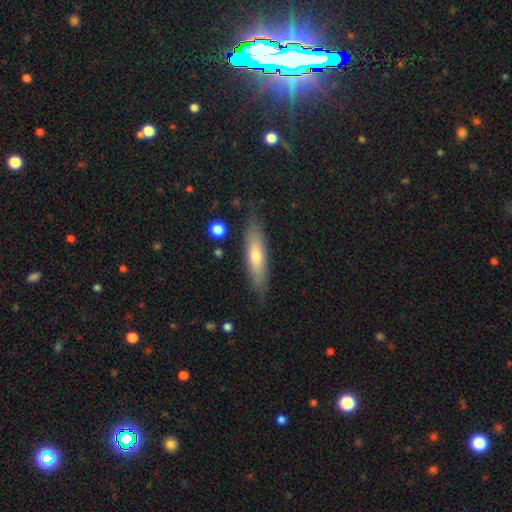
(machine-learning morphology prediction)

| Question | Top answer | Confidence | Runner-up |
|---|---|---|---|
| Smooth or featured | smooth | 55% | featured or disk (38%) |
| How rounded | cigar-shaped | 77% | in between (21%) |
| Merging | none | 83% | minor disturbance (13%) |